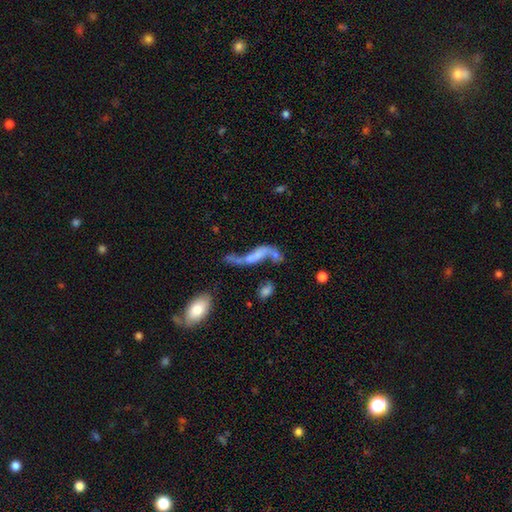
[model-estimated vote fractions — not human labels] smooth_or_featured: featured or disk (p=0.63) [alt: smooth p=0.25]
disk_edge_on: no (p=0.88) [alt: yes p=0.12]
bar: no (p=0.56) [alt: weak p=0.26]
has_spiral_arms: yes (p=0.65) [alt: no p=0.35]
bulge_size: none (p=0.56) [alt: small p=0.27]
merging: merger (p=0.31) [alt: none p=0.28]